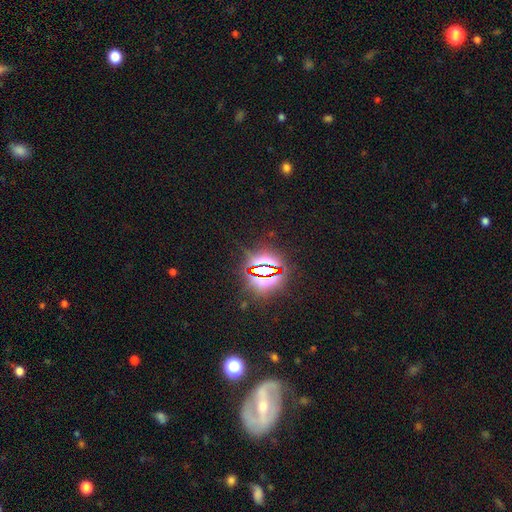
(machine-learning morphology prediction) Smooth or featured? Predicted: star or artifact (p=0.65).